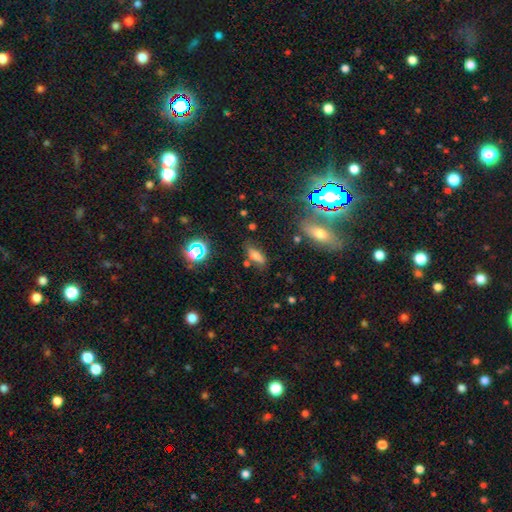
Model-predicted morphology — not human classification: The model was most divided on "how rounded": in between: 68%, cigar-shaped: 27%, round: 5%. More confident: smooth or featured — smooth (70%); merging — none (65%).